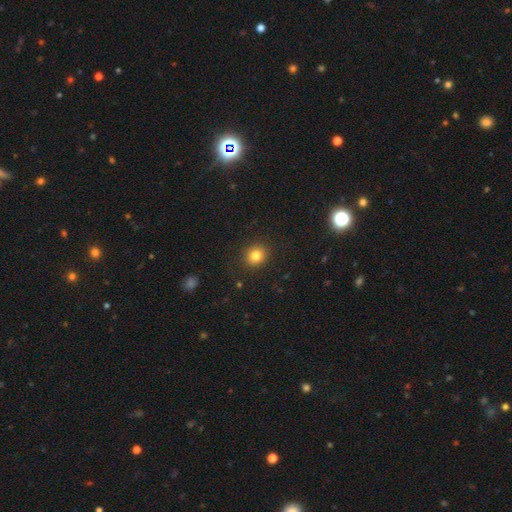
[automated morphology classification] smooth-or-featured: smooth: 82% | star or artifact: 12% | featured or disk: 6%
  how-rounded: round: 84% | in between: 15% | cigar-shaped: 1%
  merging: none: 90% | minor disturbance: 6% | major disturbance: 2% | merger: 1%